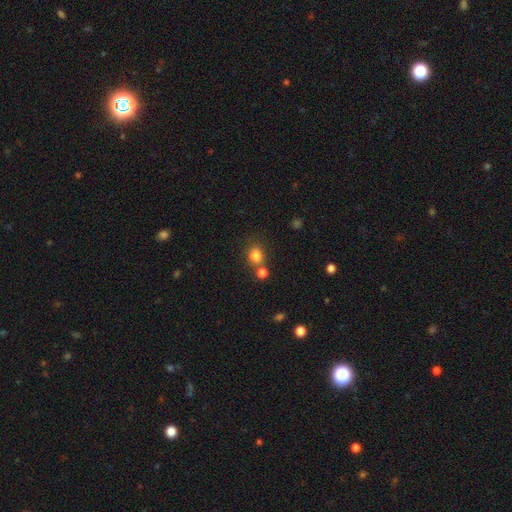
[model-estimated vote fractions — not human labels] Overall: smooth (81%). How rounded: round (54%; in between 45%). Merging: none (61%; merger 25%).